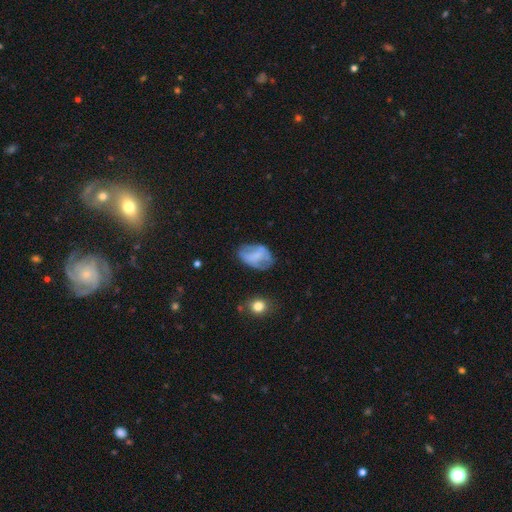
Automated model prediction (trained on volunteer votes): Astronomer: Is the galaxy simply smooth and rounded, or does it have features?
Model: smooth — 50% (runner-up: featured or disk, 40%).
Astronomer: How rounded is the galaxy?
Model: in between — 84%.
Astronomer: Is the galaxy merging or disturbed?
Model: none — 51% (runner-up: minor disturbance, 29%).